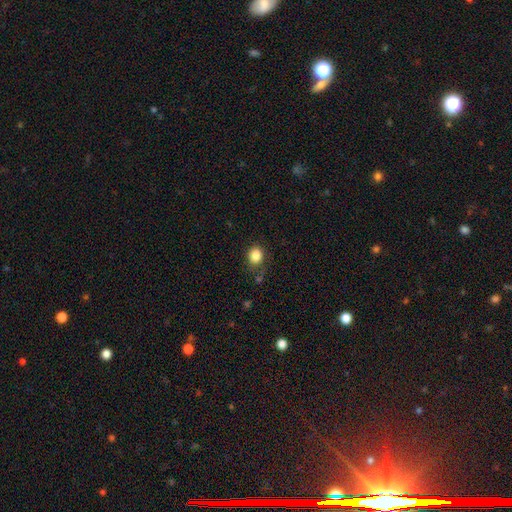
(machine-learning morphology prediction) The model was most divided on "how rounded": round: 69%, in between: 30%, cigar-shaped: 1%. More confident: smooth or featured — smooth (86%); merging — none (77%).